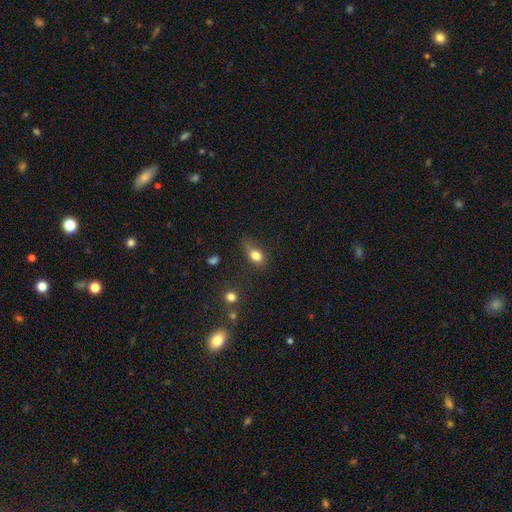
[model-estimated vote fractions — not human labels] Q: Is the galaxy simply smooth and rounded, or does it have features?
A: smooth — 80%.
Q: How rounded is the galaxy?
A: in between — 72%.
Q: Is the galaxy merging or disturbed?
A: none — 49%.